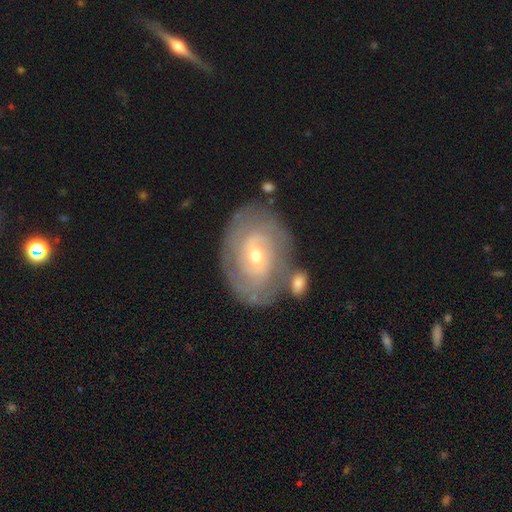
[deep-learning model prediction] Smooth or featured: featured or disk — 80% (smooth — 14%)
Edge-on disk: no — 96% (yes — 4%)
Bar: no — 52% (weak — 39%)
Spiral arms: yes — 87% (no — 13%)
Spiral winding: tight — 73% (medium — 21%)
Spiral arm count: can't tell — 42% (2 — 34%)
Bulge size: moderate — 50% (small — 47%)
Merging: none — 69% (minor disturbance — 16%)